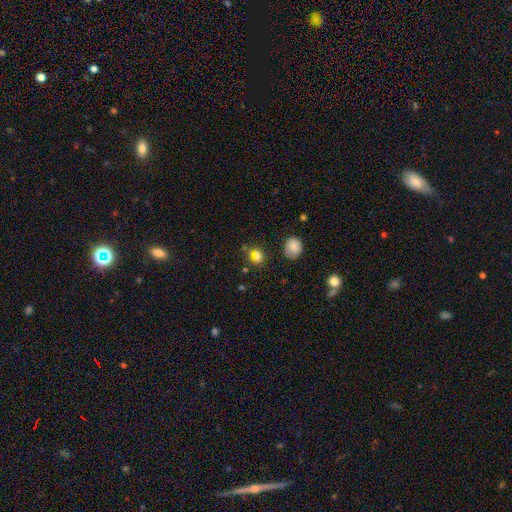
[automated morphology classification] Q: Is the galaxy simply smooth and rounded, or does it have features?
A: smooth — 66%.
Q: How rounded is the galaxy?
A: round — 55%.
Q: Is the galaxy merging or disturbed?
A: none — 72%.